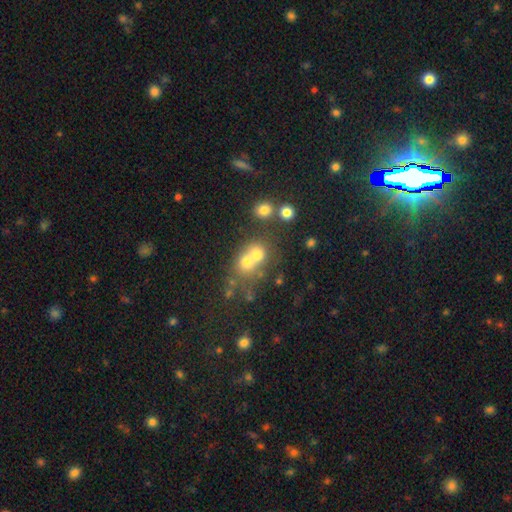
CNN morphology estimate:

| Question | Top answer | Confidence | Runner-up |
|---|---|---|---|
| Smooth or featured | smooth | 58% | featured or disk (21%) |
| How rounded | round | 71% | in between (28%) |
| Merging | merger | 55% | none (33%) |